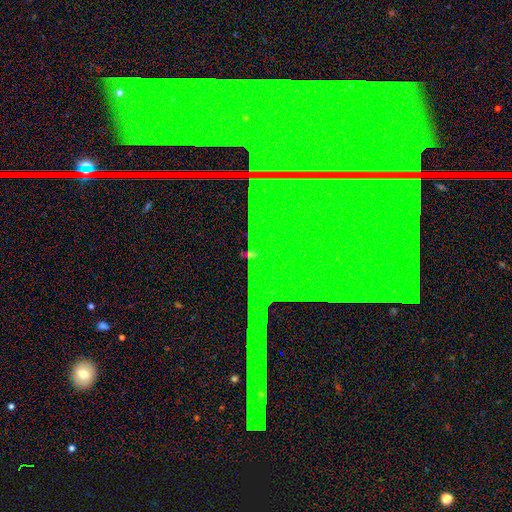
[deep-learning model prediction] smooth-or-featured: star or artifact: 85% | featured or disk: 9% | smooth: 7%